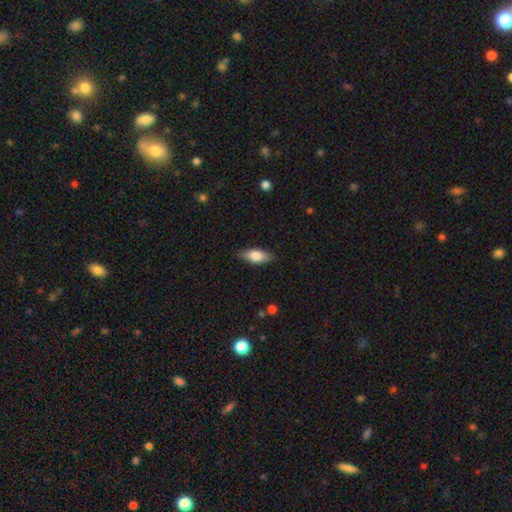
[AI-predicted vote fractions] Smooth or featured: smooth — 79% (featured or disk — 15%)
How rounded: in between — 81% (cigar-shaped — 16%)
Merging: none — 85% (minor disturbance — 12%)